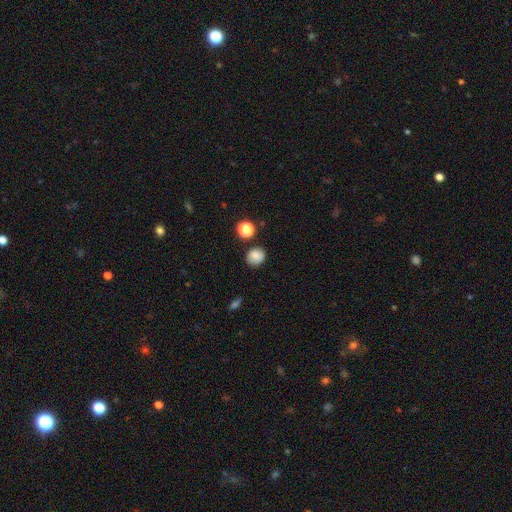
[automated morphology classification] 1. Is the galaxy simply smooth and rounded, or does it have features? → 83% smooth, 11% star or artifact, 6% featured or disk.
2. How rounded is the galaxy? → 78% round, 21% in between, 1% cigar-shaped.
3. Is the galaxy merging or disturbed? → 82% none, 11% minor disturbance, 4% merger, 3% major disturbance.